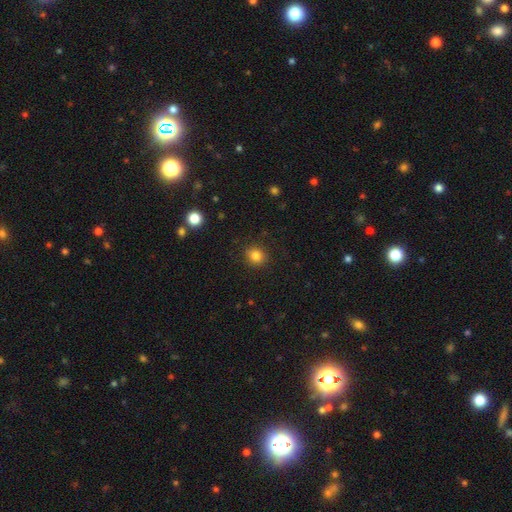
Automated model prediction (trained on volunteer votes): Smooth or featured? smooth (83%)
How rounded? round (84%)
Merging? none (89%)